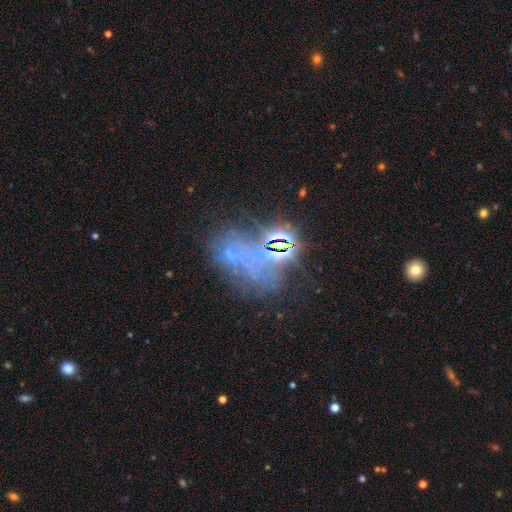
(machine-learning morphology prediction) This appears to be a star or artifact, not a galaxy (44%).